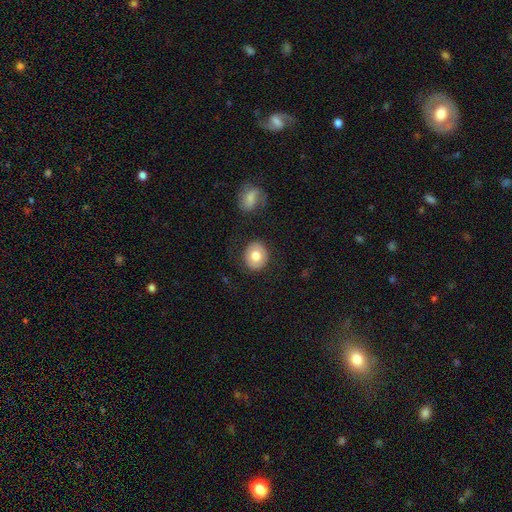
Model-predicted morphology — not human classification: smooth_or_featured: smooth (p=0.75) [alt: featured or disk p=0.18]
how_rounded: round (p=0.76) [alt: in between p=0.24]
merging: none (p=0.85) [alt: minor disturbance p=0.09]